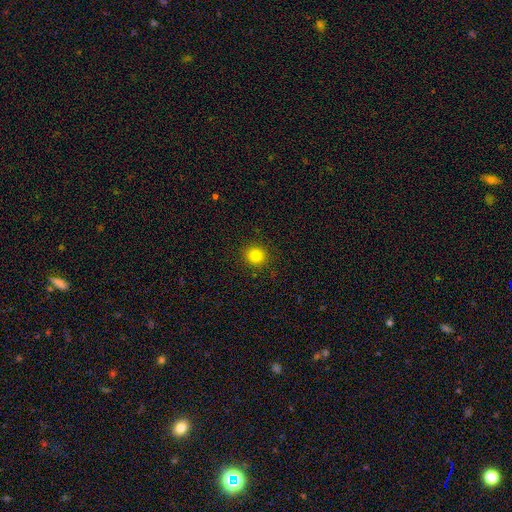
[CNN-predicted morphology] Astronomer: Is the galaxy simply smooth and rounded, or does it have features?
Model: smooth — 82%.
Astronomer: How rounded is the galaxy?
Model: round — 91%.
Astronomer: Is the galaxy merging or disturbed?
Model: none — 91%.